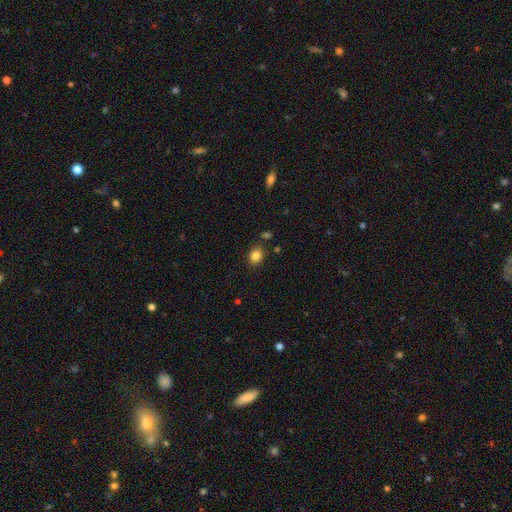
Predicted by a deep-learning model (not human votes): smooth 84%, star or artifact 10%, featured or disk 6%. Down the decision tree: how rounded — in between (53%); merging — none (84%).